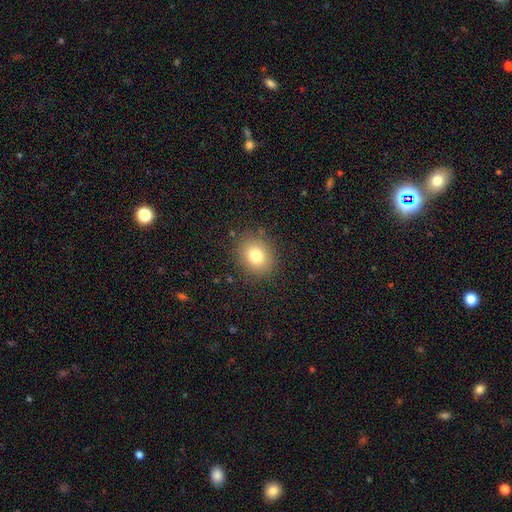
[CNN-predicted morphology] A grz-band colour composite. It shows a smooth galaxy with no disk features (78%) that is round (71%). Merging: none (87%).